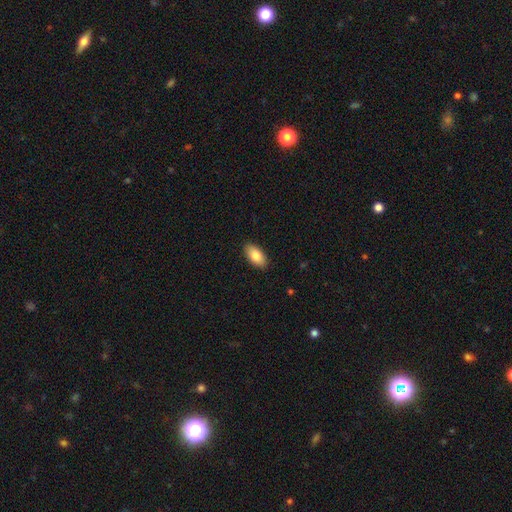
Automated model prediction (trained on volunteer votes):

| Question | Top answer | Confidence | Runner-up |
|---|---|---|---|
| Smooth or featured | smooth | 83% | featured or disk (11%) |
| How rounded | in between | 93% | cigar-shaped (4%) |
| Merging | none | 89% | minor disturbance (8%) |